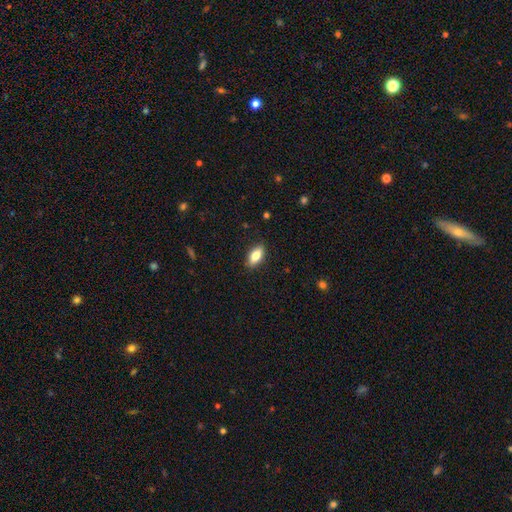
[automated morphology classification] Q: Smooth or featured?
A: smooth (78%); runner-up: featured or disk (15%)
Q: How rounded?
A: in between (86%); runner-up: cigar-shaped (10%)
Q: Merging?
A: none (87%); runner-up: minor disturbance (10%)